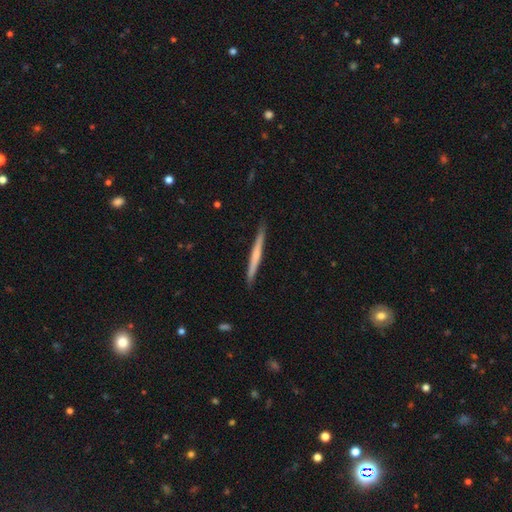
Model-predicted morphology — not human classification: Smooth or featured? Predicted: featured or disk (p=0.49). Merging? Predicted: none (p=0.91).